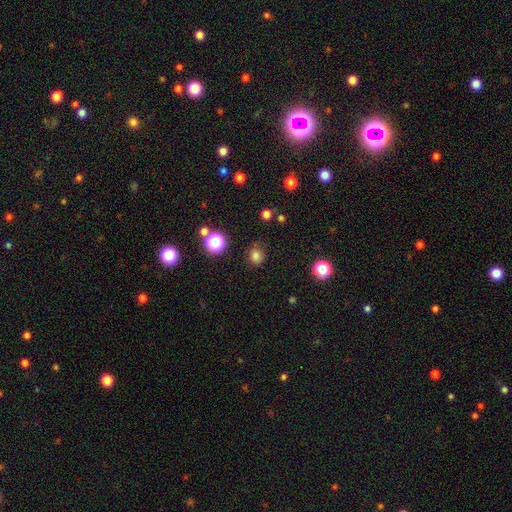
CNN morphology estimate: Smooth or featured? Predicted: smooth (p=0.79). How rounded? Predicted: round (p=0.84). Merging? Predicted: none (p=0.79).